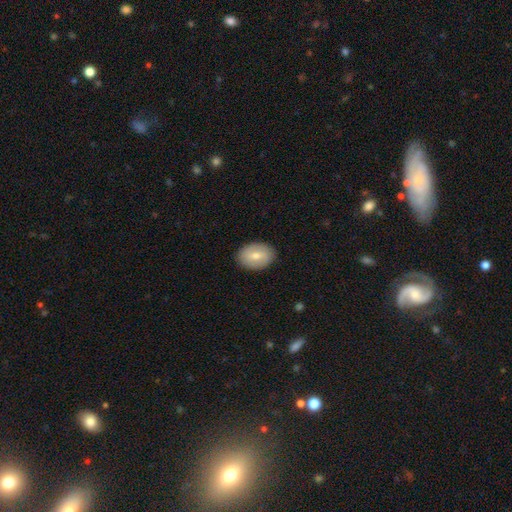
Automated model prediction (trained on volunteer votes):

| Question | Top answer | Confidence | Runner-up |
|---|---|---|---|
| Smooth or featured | smooth | 66% | featured or disk (28%) |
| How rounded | in between | 80% | round (19%) |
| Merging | none | 87% | minor disturbance (9%) |